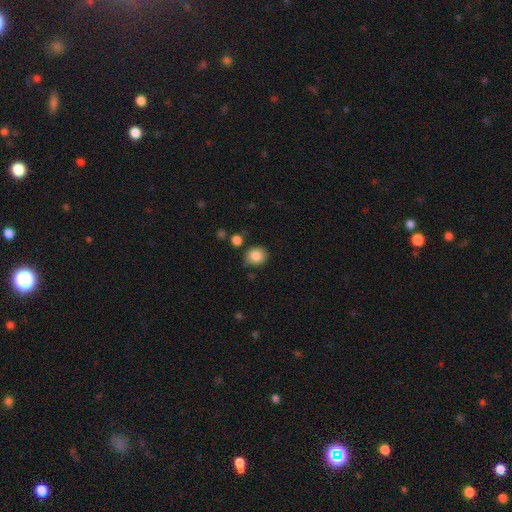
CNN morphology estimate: smooth-or-featured: smooth: 85% | star or artifact: 9% | featured or disk: 6%
  how-rounded: round: 74% | in between: 25% | cigar-shaped: 1%
  merging: none: 80% | minor disturbance: 13% | merger: 4% | major disturbance: 3%